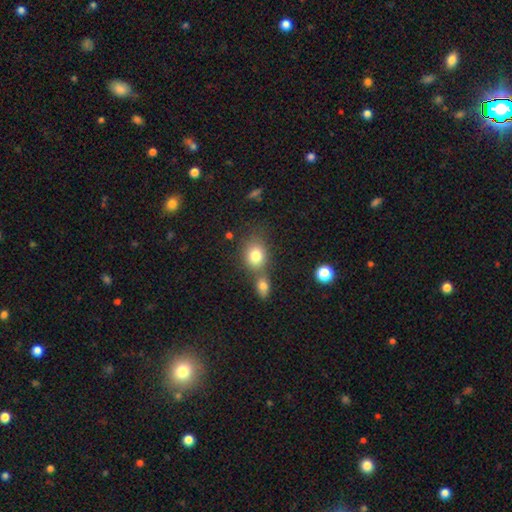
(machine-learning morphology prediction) Smooth or featured? smooth (80%)
How rounded? round (51%)
Merging? none (49%)